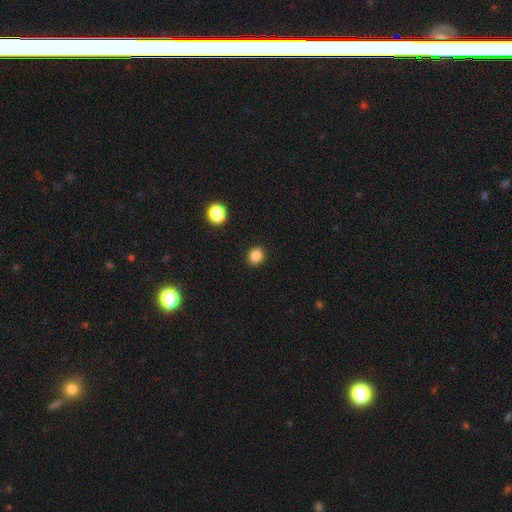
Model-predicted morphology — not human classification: smooth-or-featured: smooth: 84% | star or artifact: 12% | featured or disk: 4%
  how-rounded: round: 77% | in between: 22% | cigar-shaped: 1%
  merging: none: 91% | minor disturbance: 6% | major disturbance: 2% | merger: 1%